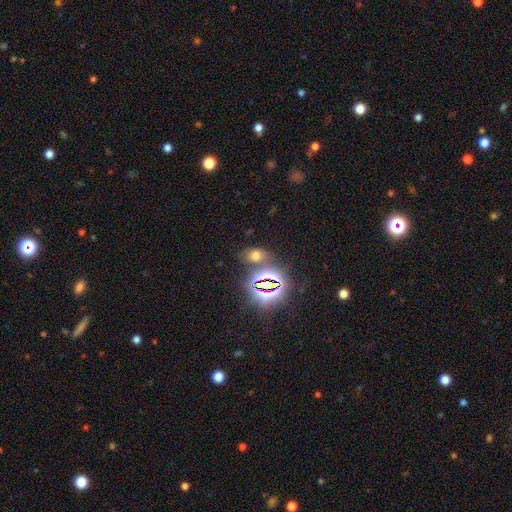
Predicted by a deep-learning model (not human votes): This is possibly a smooth galaxy (49%). Merging: likely none (65%).